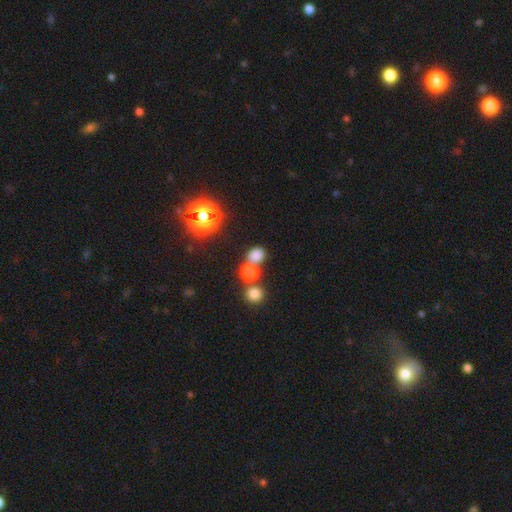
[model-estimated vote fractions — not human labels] smooth-or-featured: smooth: 74% | star or artifact: 20% | featured or disk: 6%
  how-rounded: round: 71% | in between: 28% | cigar-shaped: 1%
  merging: none: 63% | merger: 24% | minor disturbance: 9% | major disturbance: 4%